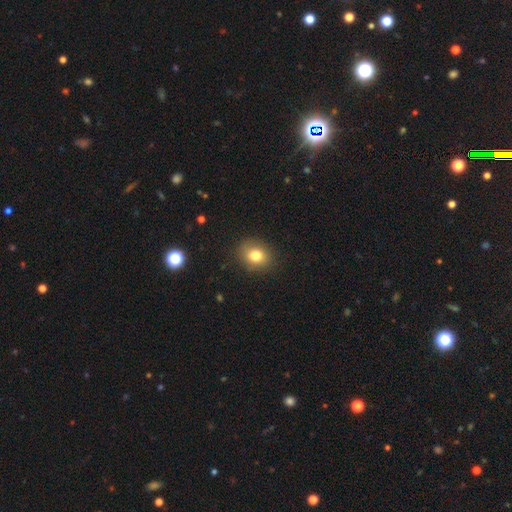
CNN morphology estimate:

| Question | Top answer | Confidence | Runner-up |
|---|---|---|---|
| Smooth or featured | smooth | 78% | star or artifact (12%) |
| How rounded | round | 59% | in between (40%) |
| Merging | none | 85% | minor disturbance (10%) |